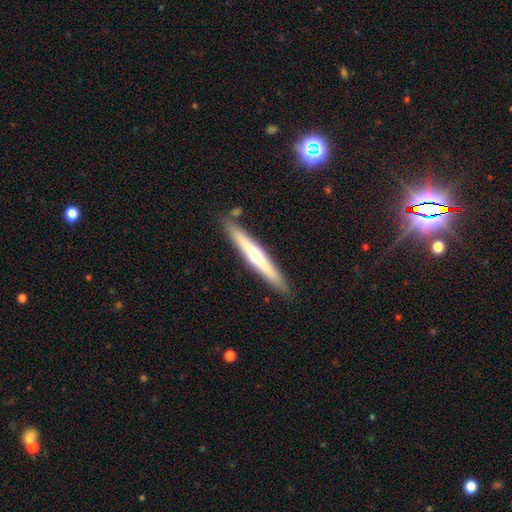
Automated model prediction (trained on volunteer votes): Smooth or featured? Predicted: featured or disk (p=0.58). Edge-on disk? Predicted: yes (p=0.95). Edge-on bulge? Predicted: rounded (p=0.81). Merging? Predicted: none (p=0.88).